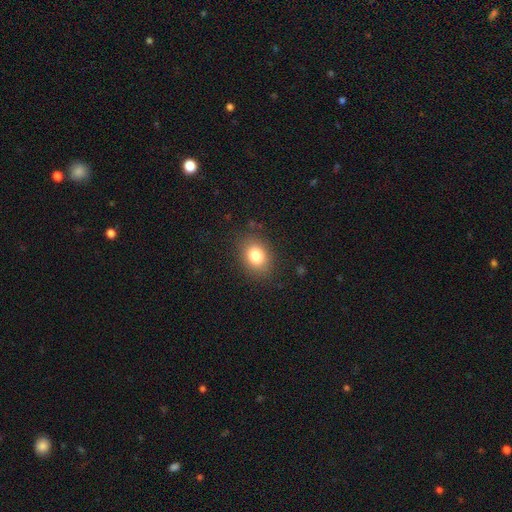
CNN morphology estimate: Smooth or featured? smooth (82%)
How rounded? in between (58%)
Merging? none (85%)